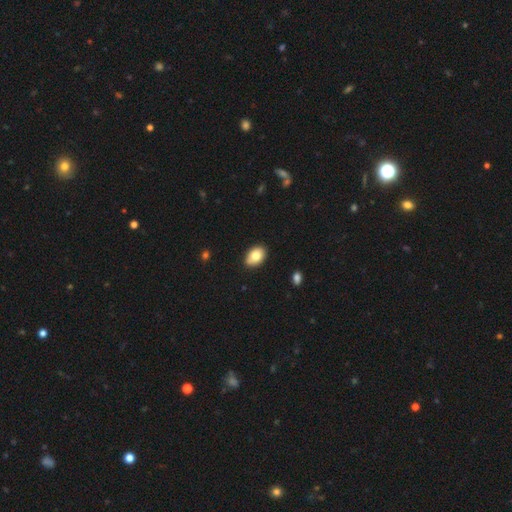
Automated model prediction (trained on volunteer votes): Smooth or featured: smooth — 81% (featured or disk — 11%)
How rounded: in between — 85% (round — 14%)
Merging: none — 83% (minor disturbance — 13%)